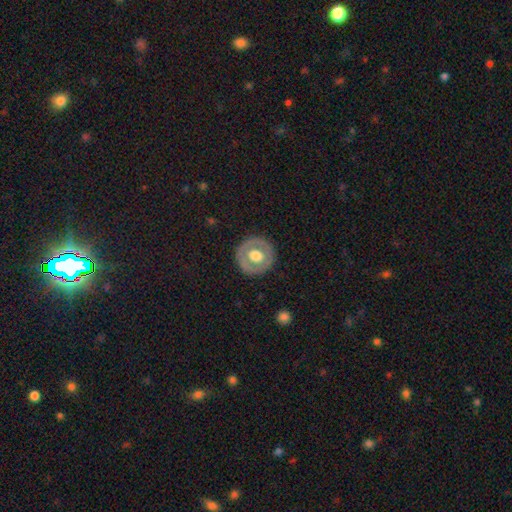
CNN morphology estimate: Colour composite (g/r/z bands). It shows a smooth galaxy with no disk features (48%). Merging: none (86%).